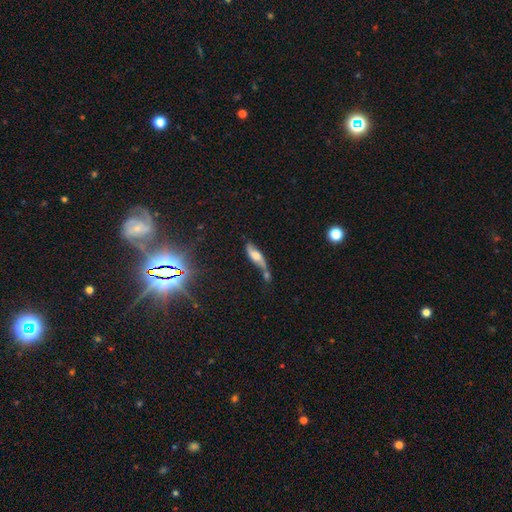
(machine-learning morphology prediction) Q: Smooth or featured?
A: featured or disk (49%); runner-up: smooth (41%)
Q: Merging?
A: merger (34%); tied with: none (34%)